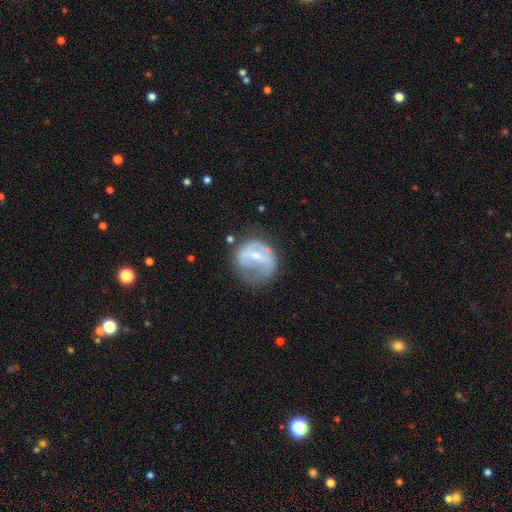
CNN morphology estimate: This is possibly a featured or disk galaxy (60%). It is clearly not viewed edge-on (97%). Bar: marginally weak (44%). Spiral arm pattern: possibly yes (51%). Central bulge: marginally small (44%). Merging: marginally none (42%).